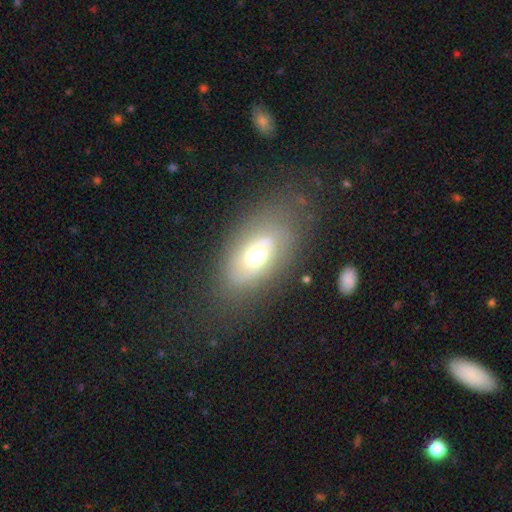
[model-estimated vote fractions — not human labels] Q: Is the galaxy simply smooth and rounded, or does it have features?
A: featured or disk — 52%.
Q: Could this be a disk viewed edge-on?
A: no — 88%.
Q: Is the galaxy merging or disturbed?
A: none — 68%.